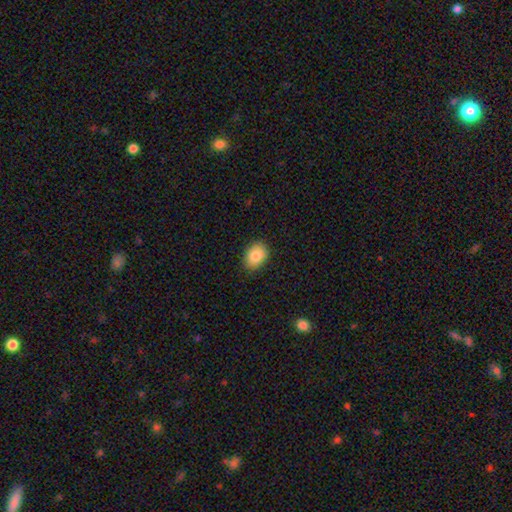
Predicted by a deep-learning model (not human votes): smooth_or_featured: smooth (p=0.85) [alt: star or artifact p=0.08]
how_rounded: in between (p=0.73) [alt: round p=0.26]
merging: none (p=0.86) [alt: minor disturbance p=0.11]